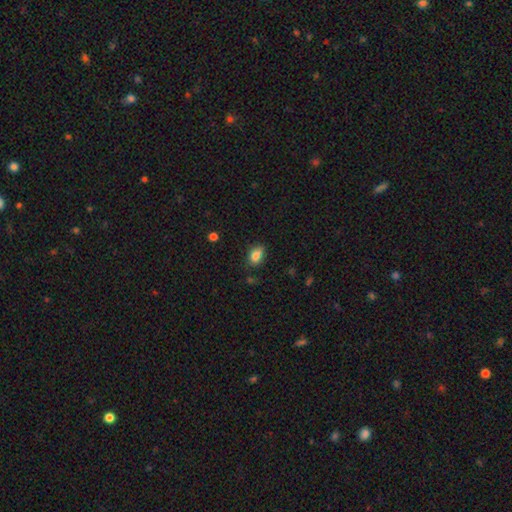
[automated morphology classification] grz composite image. It shows a smooth galaxy with no disk features (79%) that is in between round and cigar-shaped (70%). Merging: none (57%).